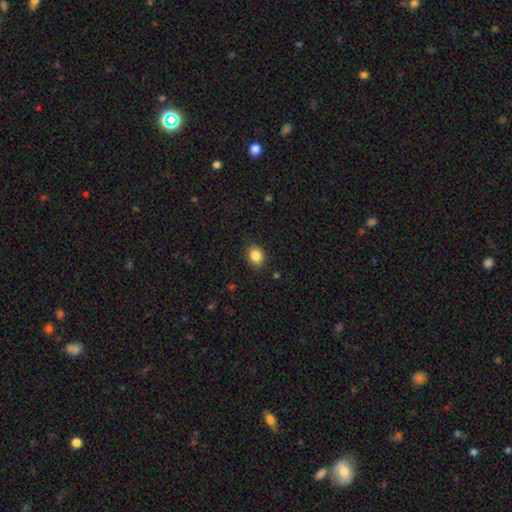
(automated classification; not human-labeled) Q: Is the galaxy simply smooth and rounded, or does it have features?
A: smooth — 86%.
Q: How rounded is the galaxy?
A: in between — 54%.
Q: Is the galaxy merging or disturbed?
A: none — 87%.